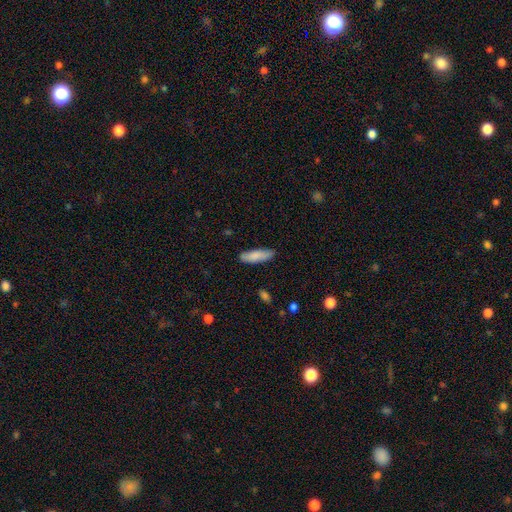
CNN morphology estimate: This is clearly a smooth galaxy (84%). How rounded: possibly cigar-shaped (53%). Merging: clearly none (81%).